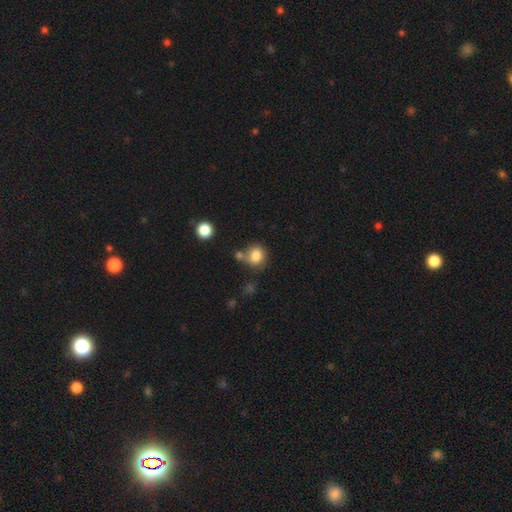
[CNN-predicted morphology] type=smooth (82%); roundness=round (74%); merging=none (58%).